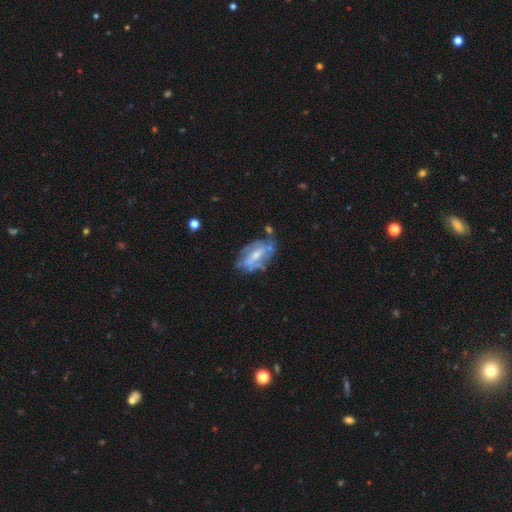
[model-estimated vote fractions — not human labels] A featured or disk galaxy (69%) with a weak bar (41%), spiral arms (64%) and a moderate central bulge (46%). Merging: none (54%).